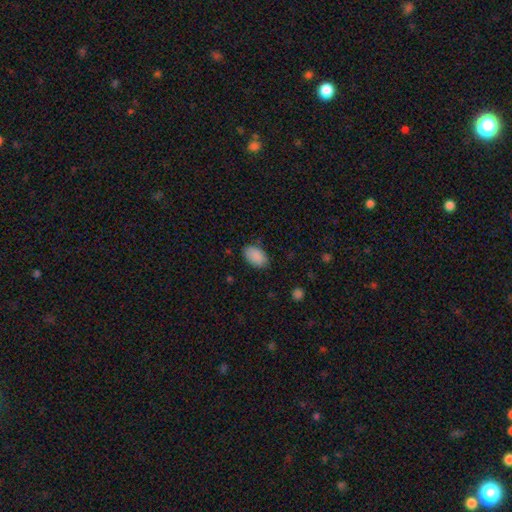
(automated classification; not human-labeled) Overall: smooth (90%). How rounded: in between (92%). Merging: none (83%).